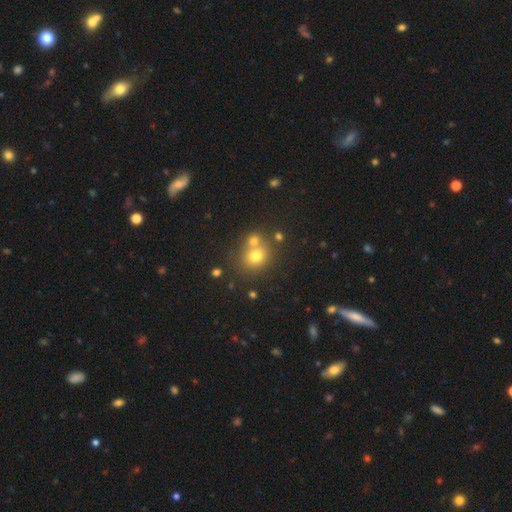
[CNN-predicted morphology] type=smooth (72%); roundness=round (80%); merging=none (53%).